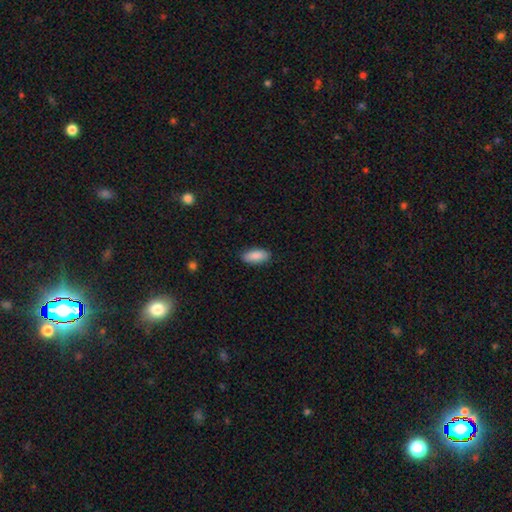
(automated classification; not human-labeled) Smooth or featured?
  - smooth: 89% *
  - star or artifact: 6%
  - featured or disk: 5%
How rounded?
  - in between: 87% *
  - cigar-shaped: 11%
  - round: 2%
Merging?
  - none: 87% *
  - minor disturbance: 10%
  - major disturbance: 2%
  - merger: 1%